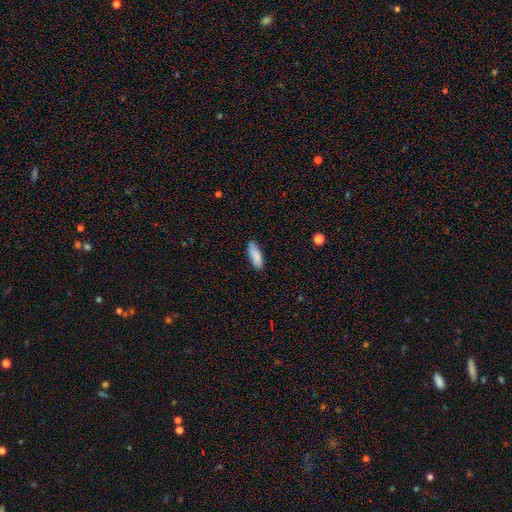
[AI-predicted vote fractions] Smooth or featured? Predicted: smooth (p=0.85). How rounded? Predicted: in between (p=0.66). Merging? Predicted: none (p=0.77).